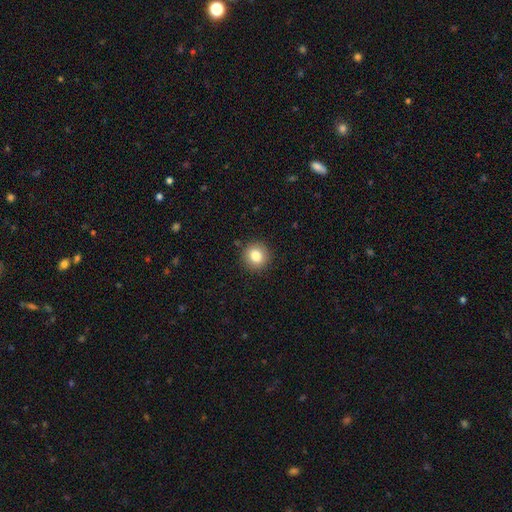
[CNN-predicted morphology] The model was most divided on "smooth or featured": smooth: 83%, star or artifact: 10%, featured or disk: 7%. More confident: how rounded — round (91%); merging — none (90%).